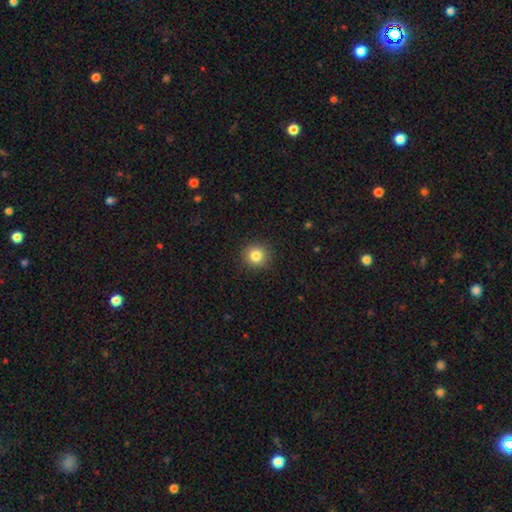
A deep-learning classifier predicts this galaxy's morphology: Smooth or featured?
  - smooth: 84% *
  - star or artifact: 11%
  - featured or disk: 6%
How rounded?
  - round: 92% *
  - in between: 7%
  - cigar-shaped: 1%
Merging?
  - none: 92% *
  - minor disturbance: 6%
  - major disturbance: 2%
  - merger: 1%